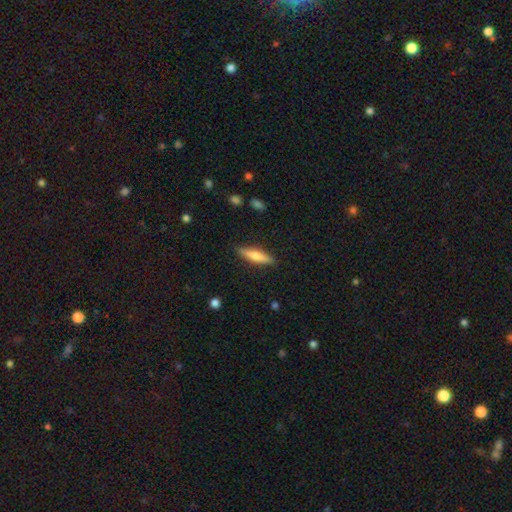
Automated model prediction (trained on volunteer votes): A smooth galaxy with no disk features (63%) that is cigar-shaped (77%). Merging: none (88%).